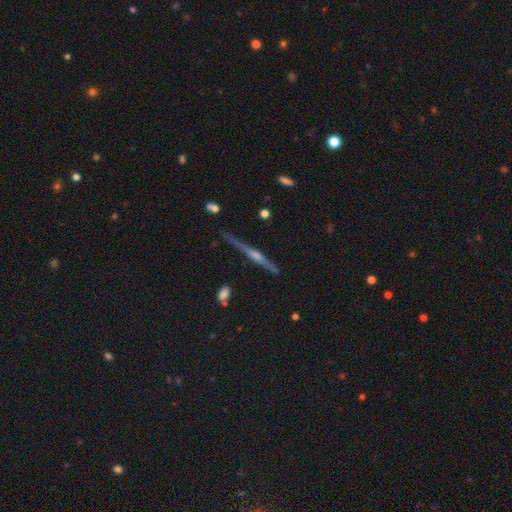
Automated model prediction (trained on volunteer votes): A featured or disk galaxy (80%) viewed edge-on (98%) with a rounded central bulge (81%). Merging: none (85%).